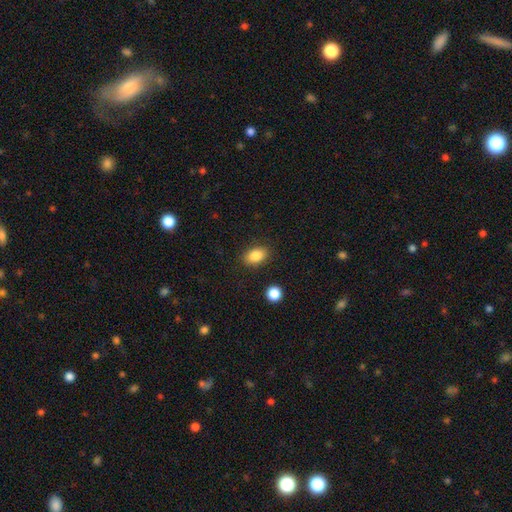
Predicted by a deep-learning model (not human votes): smooth 86%, star or artifact 9%, featured or disk 6%. Down the decision tree: how rounded — in between (85%); merging — none (86%).